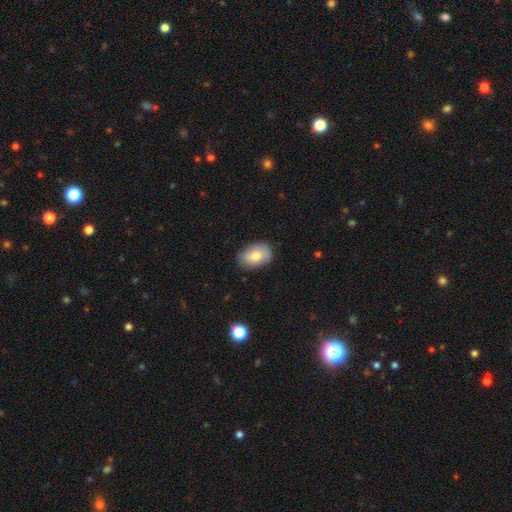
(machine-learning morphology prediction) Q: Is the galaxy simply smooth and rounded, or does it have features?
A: smooth — 79%.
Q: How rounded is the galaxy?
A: in between — 84%.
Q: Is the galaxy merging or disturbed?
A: none — 84%.